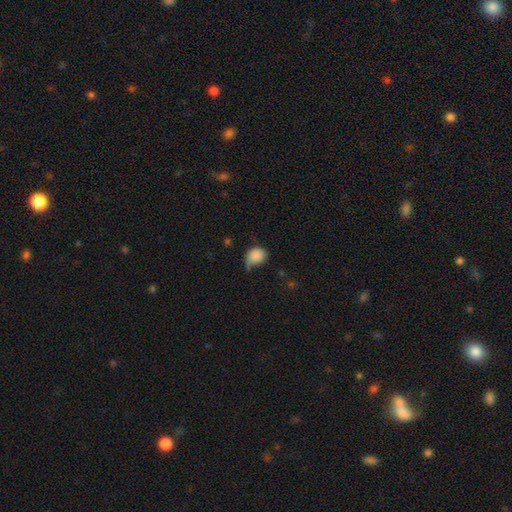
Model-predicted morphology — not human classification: The model was most divided on "how rounded": round: 53%, in between: 46%, cigar-shaped: 1%. Remaining: smooth or featured — smooth (84%); merging — minor disturbance (44%).